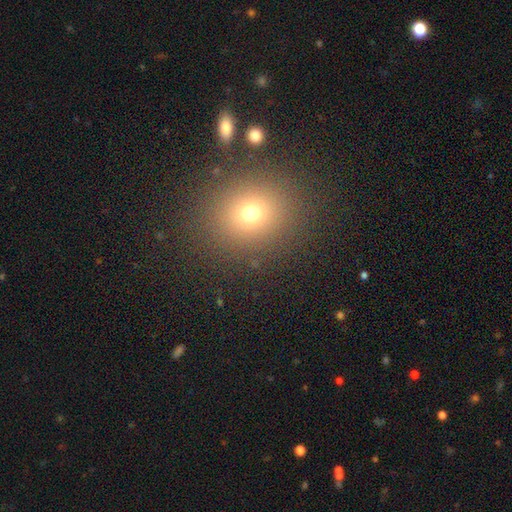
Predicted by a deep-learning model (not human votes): This is likely a smooth galaxy (62%). How rounded: likely round (66%). Merging: clearly none (88%).